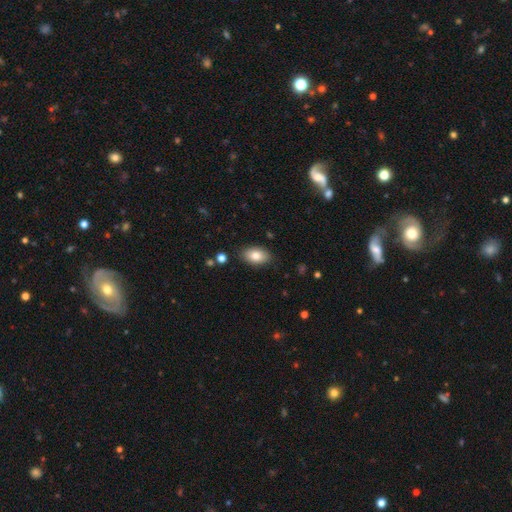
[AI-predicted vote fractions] smooth-or-featured: smooth: 82% | featured or disk: 11% | star or artifact: 7%
  how-rounded: in between: 92% | round: 7% | cigar-shaped: 1%
  merging: none: 86% | minor disturbance: 10% | major disturbance: 2% | merger: 1%